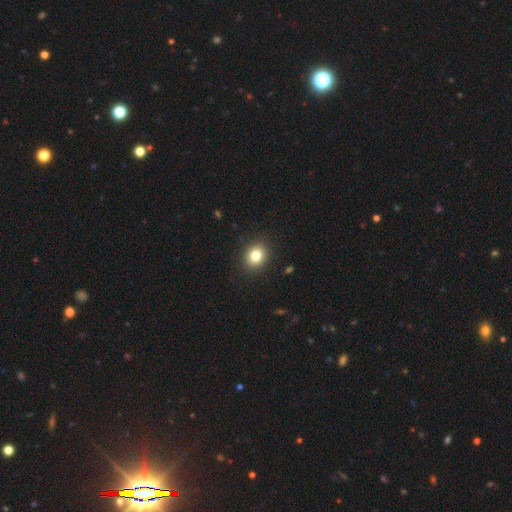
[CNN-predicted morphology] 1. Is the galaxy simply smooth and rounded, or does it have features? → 81% smooth, 10% star or artifact, 8% featured or disk.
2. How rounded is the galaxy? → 57% round, 42% in between, 1% cigar-shaped.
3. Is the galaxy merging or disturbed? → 90% none, 7% minor disturbance, 2% major disturbance, 1% merger.